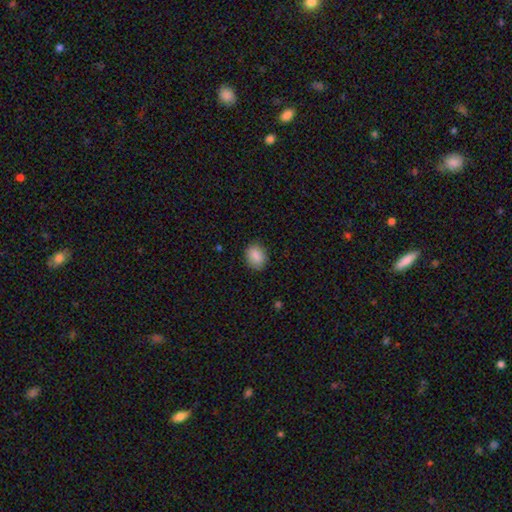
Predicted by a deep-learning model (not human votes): Smooth or featured? Predicted: smooth (p=0.88). How rounded? Predicted: in between (p=0.55). Merging? Predicted: none (p=0.86).